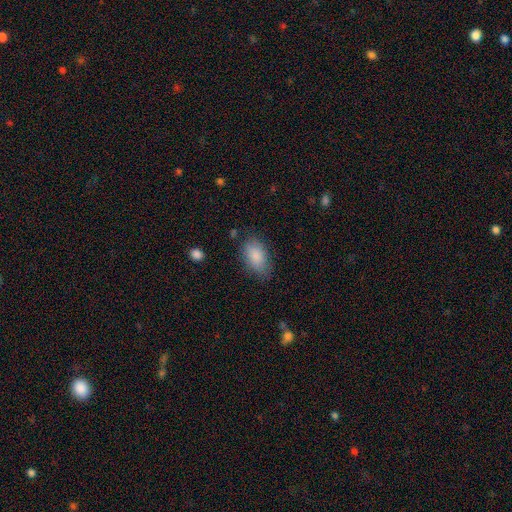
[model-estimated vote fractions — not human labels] Smooth or featured? Predicted: smooth (p=0.86). How rounded? Predicted: in between (p=0.91). Merging? Predicted: none (p=0.77).